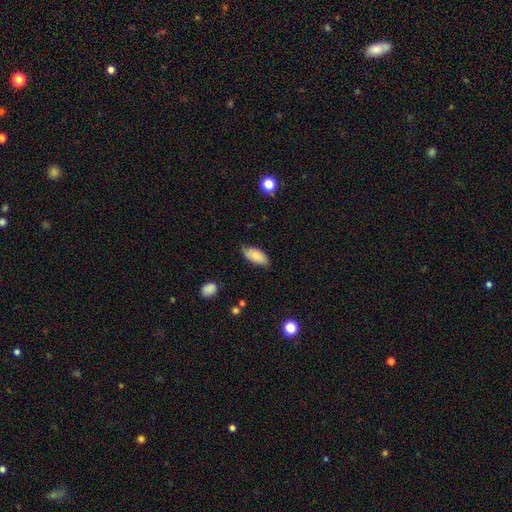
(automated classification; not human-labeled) Q: Smooth or featured?
A: smooth (81%); runner-up: featured or disk (12%)
Q: How rounded?
A: in between (92%); runner-up: cigar-shaped (6%)
Q: Merging?
A: none (72%); runner-up: minor disturbance (23%)